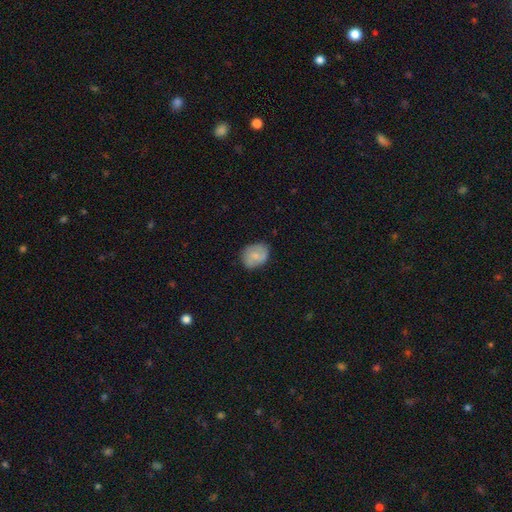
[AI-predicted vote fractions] Smooth or featured: smooth — 60% (featured or disk — 33%)
How rounded: round — 51% (in between — 48%)
Merging: none — 76% (minor disturbance — 19%)